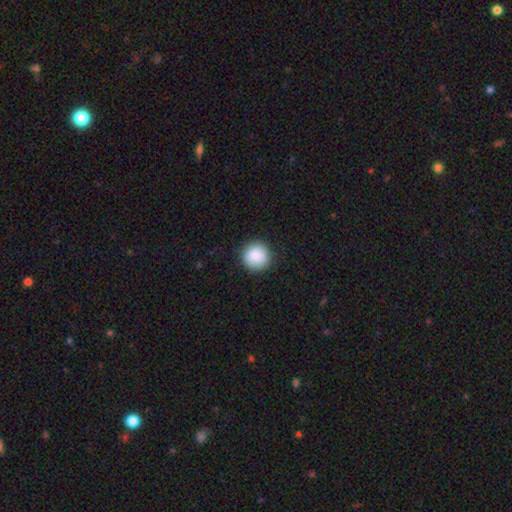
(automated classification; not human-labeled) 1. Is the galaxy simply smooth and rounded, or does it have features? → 87% smooth, 7% star or artifact, 5% featured or disk.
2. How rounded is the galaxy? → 94% round, 5% in between, 1% cigar-shaped.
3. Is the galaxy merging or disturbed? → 90% none, 7% minor disturbance, 2% major disturbance, 1% merger.